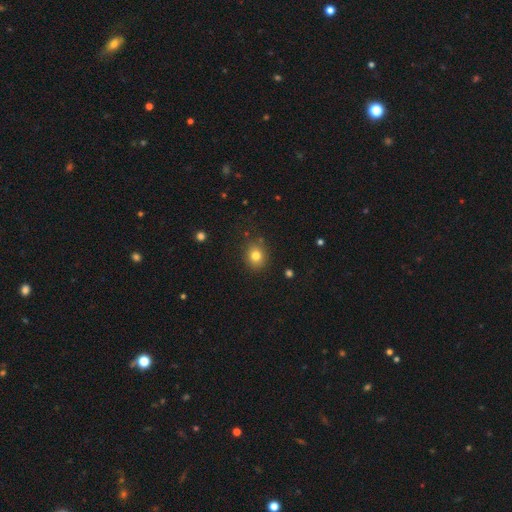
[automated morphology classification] smooth 79%, star or artifact 13%, featured or disk 8%. Down the decision tree: how rounded — round (70%); merging — none (85%).